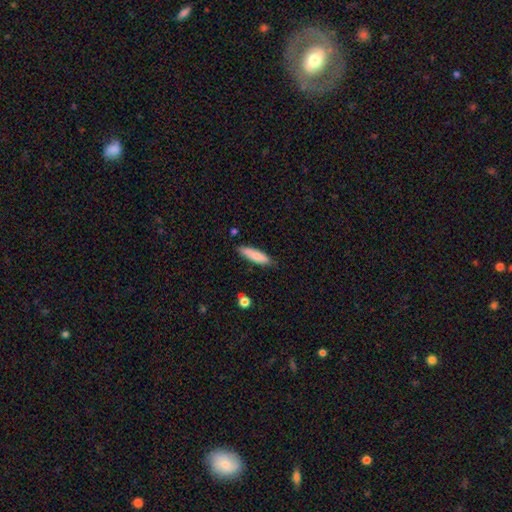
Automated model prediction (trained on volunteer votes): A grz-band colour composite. It shows a smooth galaxy with no disk features (83%) that is cigar-shaped (68%). Merging: none (82%).